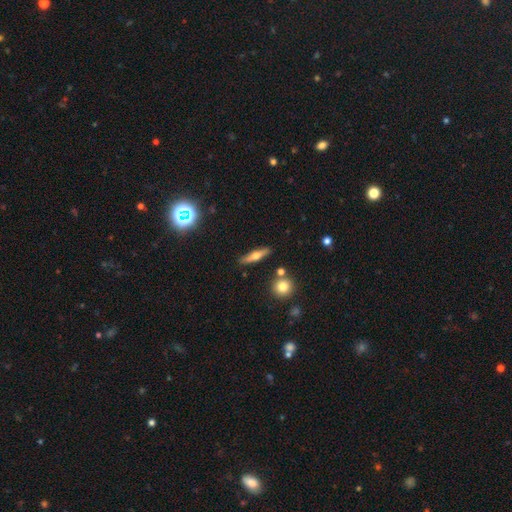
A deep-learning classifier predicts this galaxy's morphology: Smooth or featured? Predicted: featured or disk (p=0.49). Merging? Predicted: none (p=0.85).